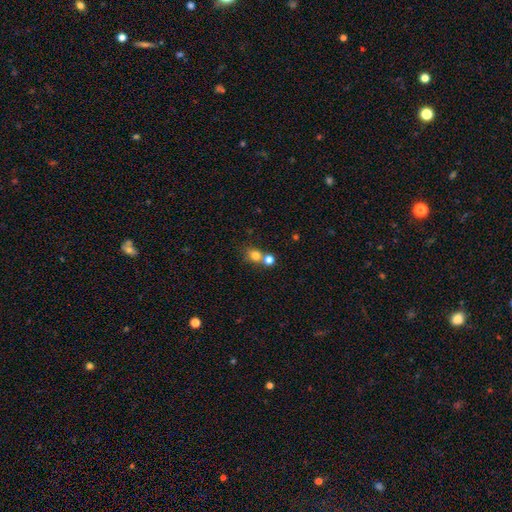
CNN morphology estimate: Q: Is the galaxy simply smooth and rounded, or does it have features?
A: smooth — 77%.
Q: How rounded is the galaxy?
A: round — 72%.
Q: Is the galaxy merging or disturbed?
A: none — 49%.